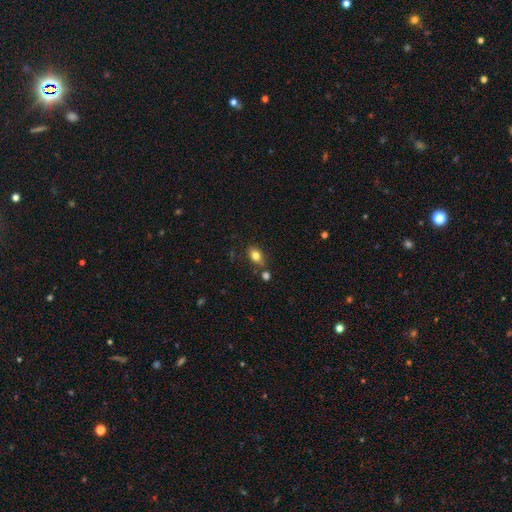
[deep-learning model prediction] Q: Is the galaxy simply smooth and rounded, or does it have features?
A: smooth — 80%.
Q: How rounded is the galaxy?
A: in between — 79%.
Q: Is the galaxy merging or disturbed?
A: none — 70%.